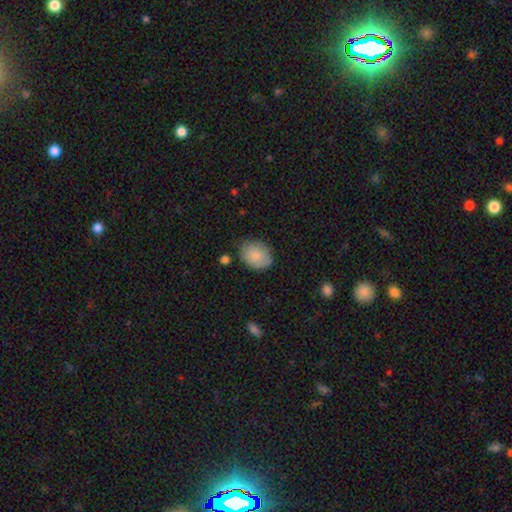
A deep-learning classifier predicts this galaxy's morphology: Q: Smooth or featured?
A: smooth (80%); runner-up: featured or disk (13%)
Q: How rounded?
A: in between (60%); runner-up: round (39%)
Q: Merging?
A: none (73%); runner-up: minor disturbance (20%)